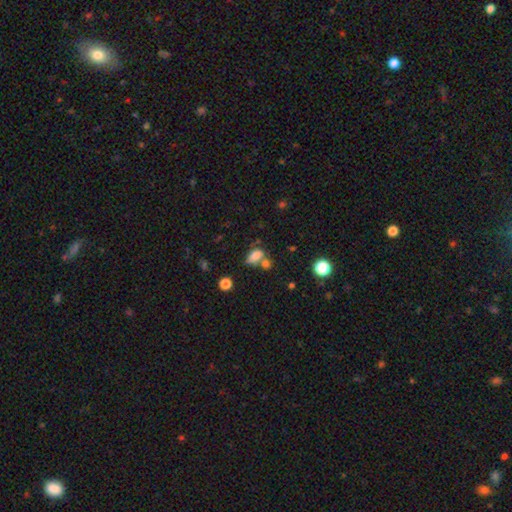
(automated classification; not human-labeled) Smooth or featured? smooth (78%)
How rounded? in between (85%)
Merging? none (42%)